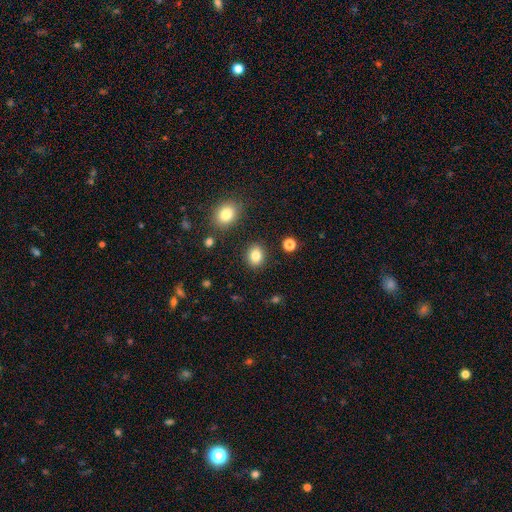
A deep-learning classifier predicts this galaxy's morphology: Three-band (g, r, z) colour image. It shows a smooth galaxy with no disk features (83%) that is round (55%). Merging: none (87%).